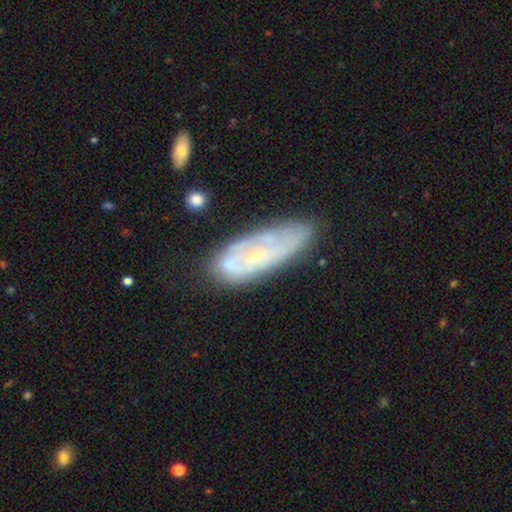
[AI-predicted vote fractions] Smooth or featured? featured or disk (65%)
Edge-on disk? no (85%)
Bar? no (70%)
Spiral arms? yes (57%)
Bulge size? small (70%)
Merging? none (59%)